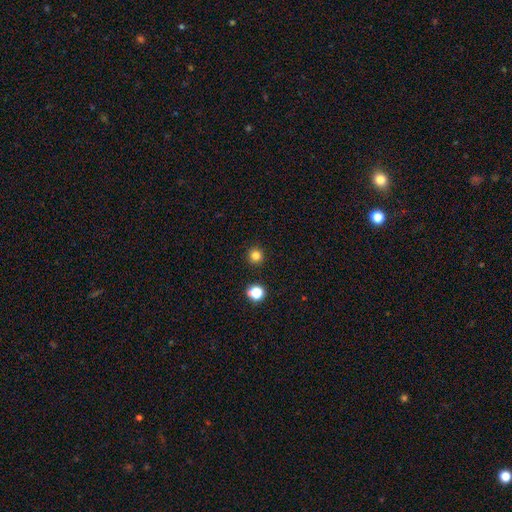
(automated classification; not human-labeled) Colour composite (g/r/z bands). It shows a smooth galaxy with no disk features (80%) that is round (94%). Merging: none (91%).